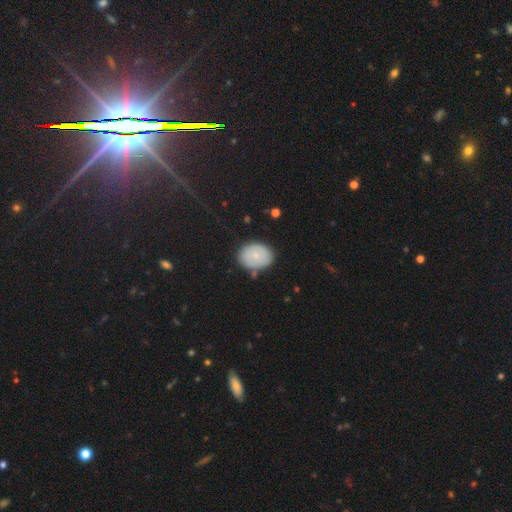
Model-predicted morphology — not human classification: This is likely a smooth galaxy (77%). How rounded: likely in between (64%). Merging: likely none (80%).